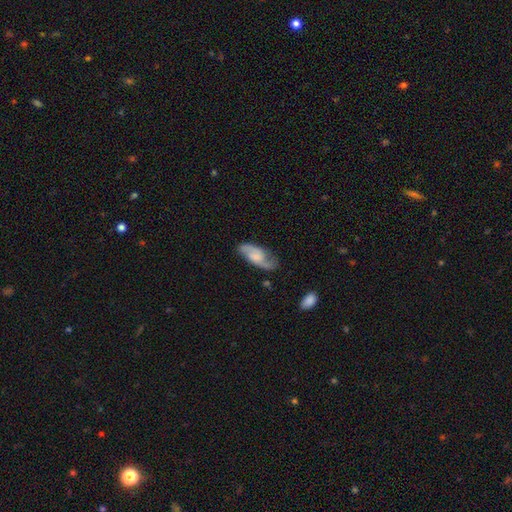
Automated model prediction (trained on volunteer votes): Morphology: type=featured or disk (74%); edge-on=no (94%); bar=no (49%); spiral arms=yes (95%); winding=medium (48%); arm count=2 (90%); bulge=none (35%); merging=none (75%).